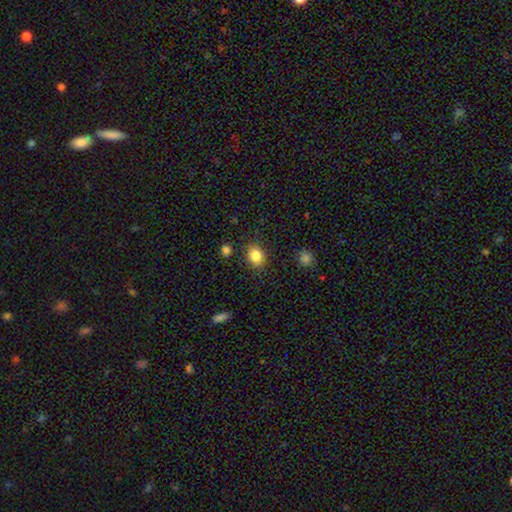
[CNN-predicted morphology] smooth 84%, star or artifact 10%, featured or disk 6%. Down the decision tree: how rounded — round (53%); merging — none (85%).